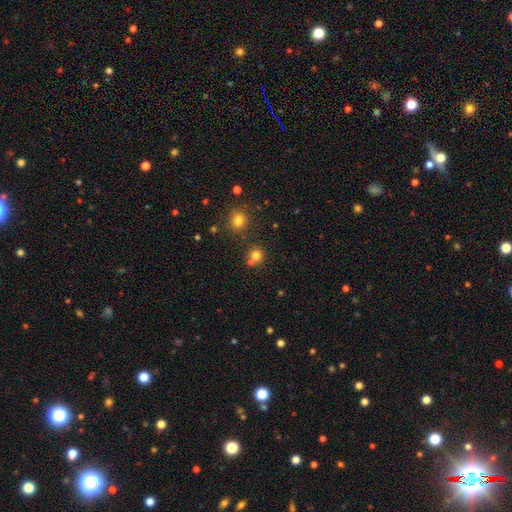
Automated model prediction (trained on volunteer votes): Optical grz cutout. It shows a smooth galaxy with no disk features (76%) that is round (90%). Merging: none (66%).